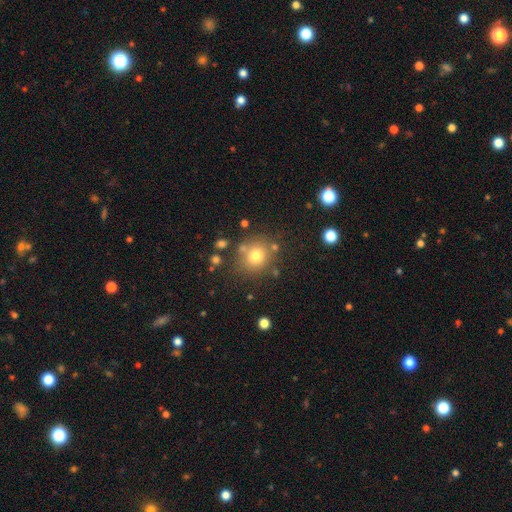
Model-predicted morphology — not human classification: A smooth galaxy with no disk features (74%) that is round (84%).

Vote fractions:
- Smooth or featured? smooth: 74% / star or artifact: 14% / featured or disk: 11%
- How rounded? round: 84% / in between: 15% / cigar-shaped: 1%
- Merging? none: 77% / minor disturbance: 11% / merger: 8% / major disturbance: 4%